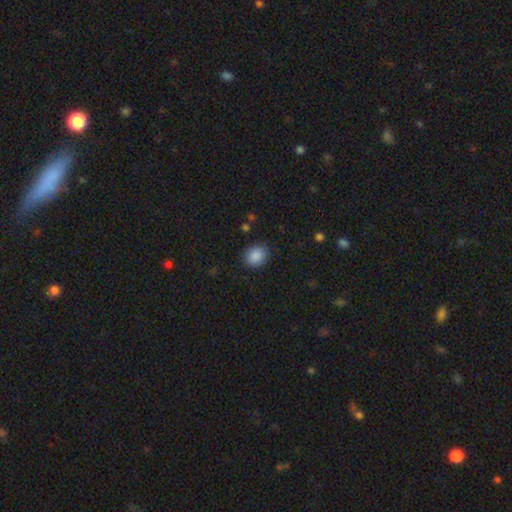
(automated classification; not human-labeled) This appears to be a smooth galaxy with no disk features (88%) that is round (58%). Merging: none (86%).